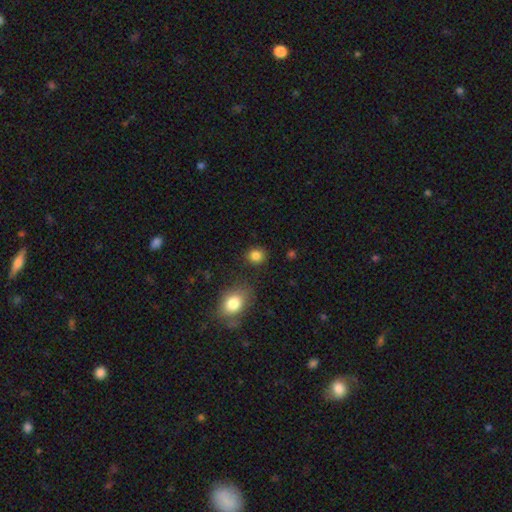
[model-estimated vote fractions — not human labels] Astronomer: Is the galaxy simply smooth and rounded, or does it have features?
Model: smooth — 85%.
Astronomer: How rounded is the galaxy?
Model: round — 81%.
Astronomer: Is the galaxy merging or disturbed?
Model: none — 86%.